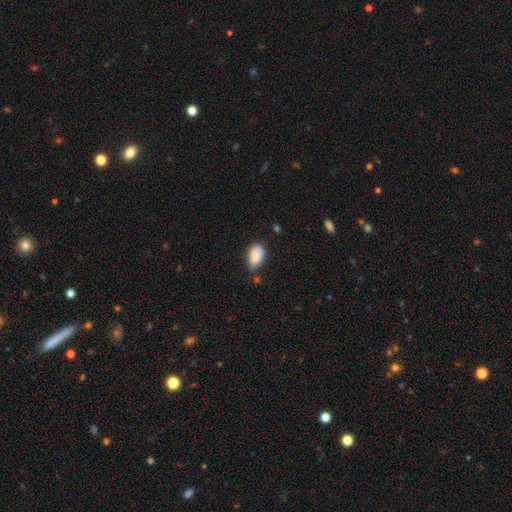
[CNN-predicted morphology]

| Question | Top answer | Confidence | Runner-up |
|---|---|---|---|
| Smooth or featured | smooth | 85% | featured or disk (8%) |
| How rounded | in between | 91% | round (7%) |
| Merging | none | 59% | minor disturbance (31%) |